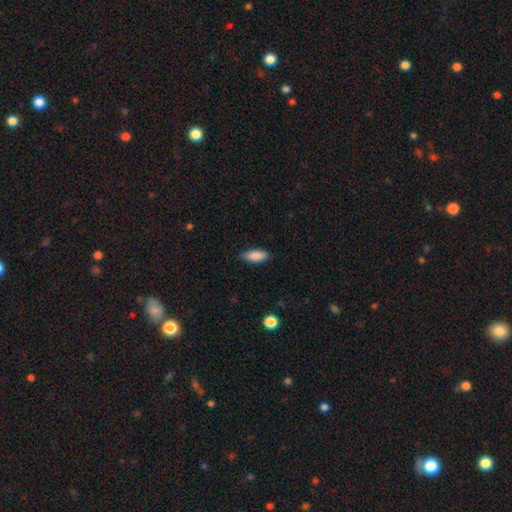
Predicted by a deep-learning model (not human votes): Smooth or featured?
  - smooth: 88% *
  - star or artifact: 7%
  - featured or disk: 5%
How rounded?
  - in between: 82% *
  - cigar-shaped: 16%
  - round: 2%
Merging?
  - none: 84% *
  - minor disturbance: 12%
  - major disturbance: 2%
  - merger: 1%